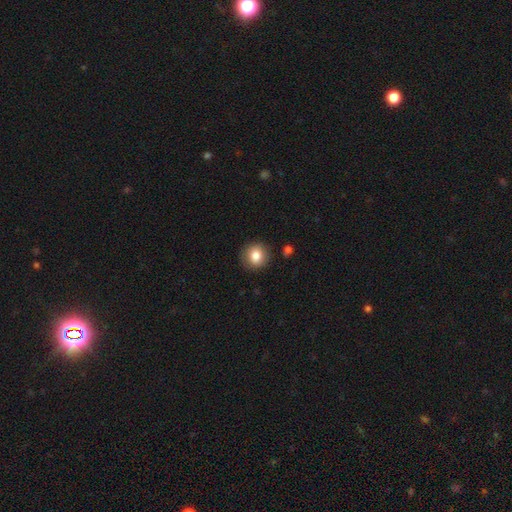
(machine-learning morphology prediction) A smooth galaxy with no disk features (82%) that is round (87%).

Vote fractions:
- Smooth or featured? smooth: 82% / star or artifact: 9% / featured or disk: 8%
- How rounded? round: 87% / in between: 12% / cigar-shaped: 1%
- Merging? none: 88% / minor disturbance: 8% / major disturbance: 2% / merger: 2%